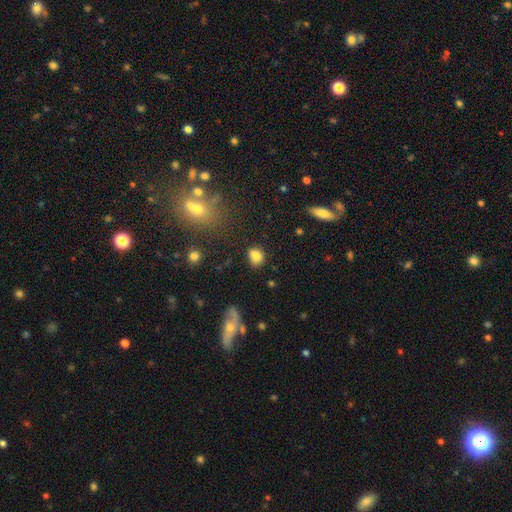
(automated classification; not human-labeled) This appears to be a smooth galaxy with no disk features (82%) that is in between round and cigar-shaped (58%). Merging: none (67%).